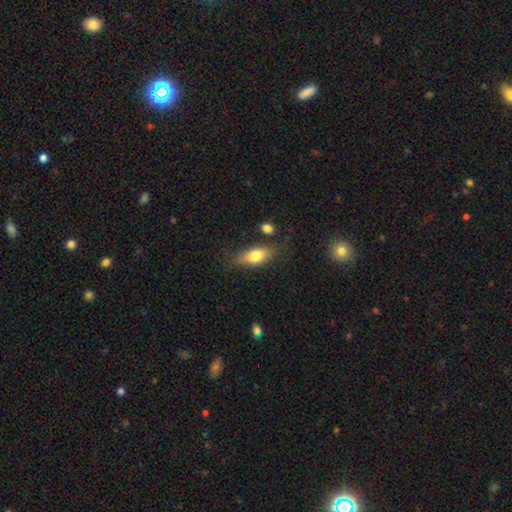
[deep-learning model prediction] This is likely a smooth galaxy (75%). How rounded: clearly in between (81%). Merging: likely none (73%).